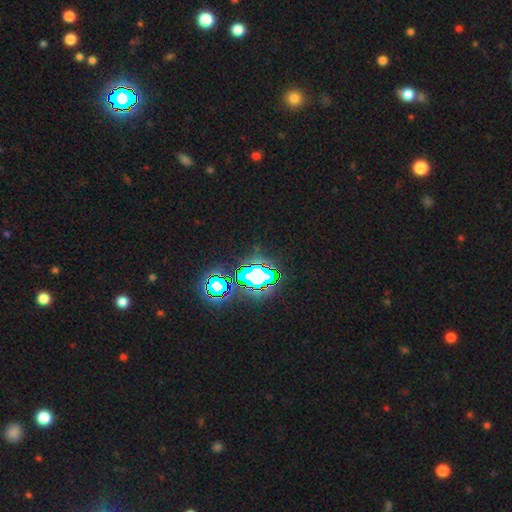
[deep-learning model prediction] Overall: star or artifact (80%).